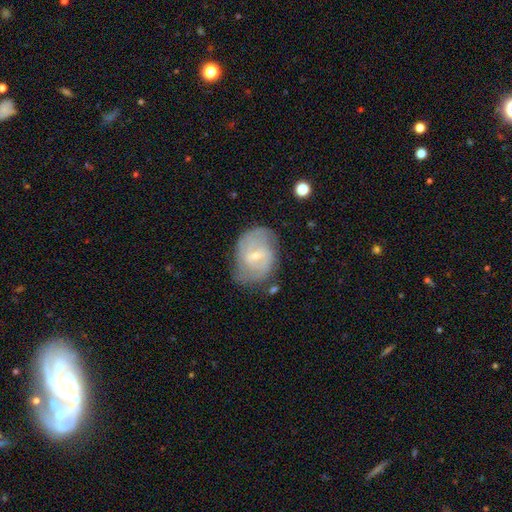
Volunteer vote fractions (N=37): Q: Smooth or featured?
A: featured or disk (62%); runner-up: smooth (35%)
Q: Edge-on disk?
A: no (100%)
Q: Bar?
A: weak (52%); runner-up: no (48%)
Q: Spiral arms?
A: yes (78%); runner-up: no (22%)
Q: Spiral winding?
A: tight (39%); tied with: medium (39%)
Q: Spiral arm count?
A: can't tell (50%); runner-up: 2 (44%)
Q: Bulge size?
A: small (78%); runner-up: moderate (17%)
Q: Merging?
A: none (67%); runner-up: minor disturbance (25%)